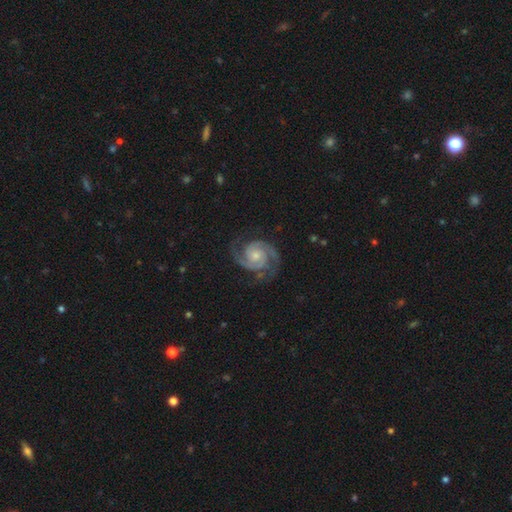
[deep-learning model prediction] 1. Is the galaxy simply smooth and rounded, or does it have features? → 93% featured or disk, 4% star or artifact, 3% smooth.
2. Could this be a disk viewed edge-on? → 98% no, 2% yes.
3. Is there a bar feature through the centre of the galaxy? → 73% no, 22% weak, 5% strong.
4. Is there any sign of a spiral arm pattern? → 99% yes, 1% no.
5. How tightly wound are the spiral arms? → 53% tight, 41% medium, 6% loose.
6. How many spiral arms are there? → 89% 2, 5% 3, 2% can't tell, 1% 4, 1% 1, 1% more than 4.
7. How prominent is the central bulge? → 46% small, 44% moderate, 5% none, 4% large, 1% dominant.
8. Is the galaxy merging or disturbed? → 79% none, 14% minor disturbance, 6% major disturbance, 1% merger.